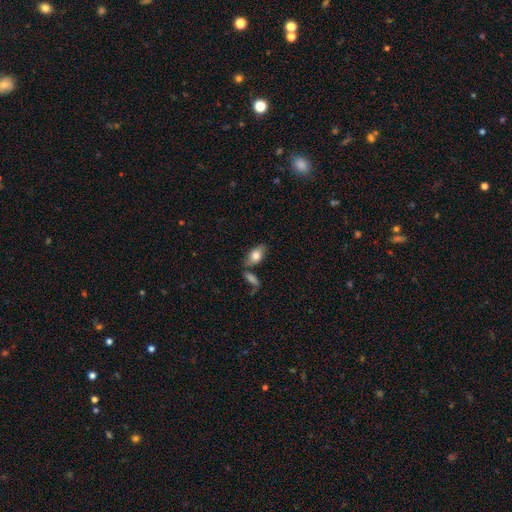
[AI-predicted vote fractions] Overall: smooth (77%). How rounded: in between (89%). Merging: none (66%).